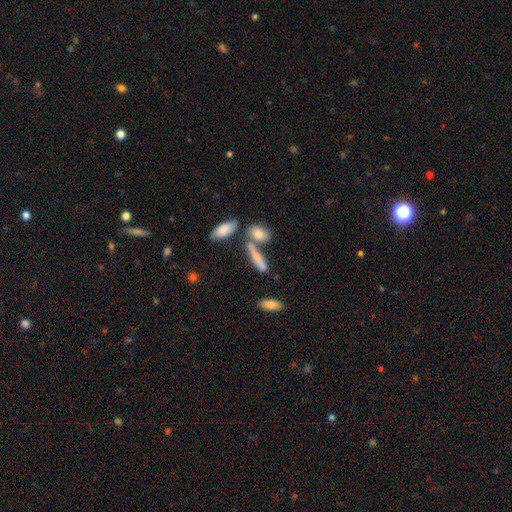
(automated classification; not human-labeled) Overall: smooth (69%). How rounded: cigar-shaped (61%; in between 34%). Merging: none (47%; merger 33%).